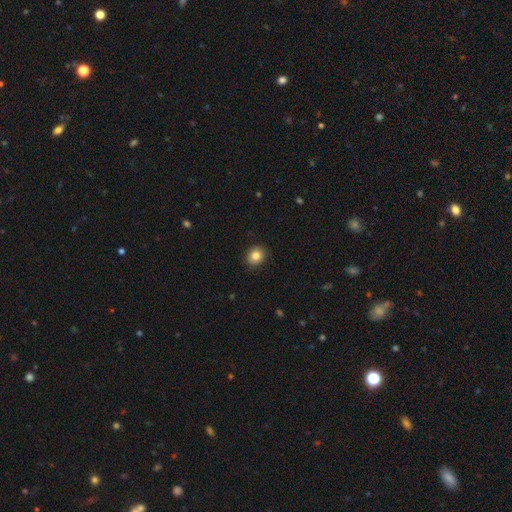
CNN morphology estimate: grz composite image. It shows a smooth galaxy with no disk features (83%) that is round (68%). Merging: none (90%).